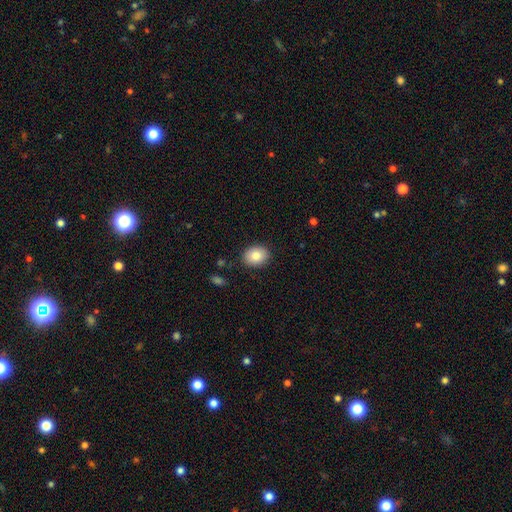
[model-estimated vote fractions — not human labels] The model was most divided on "how rounded": in between: 59%, round: 40%, cigar-shaped: 1%. More confident: merging — none (89%); smooth or featured — smooth (83%).